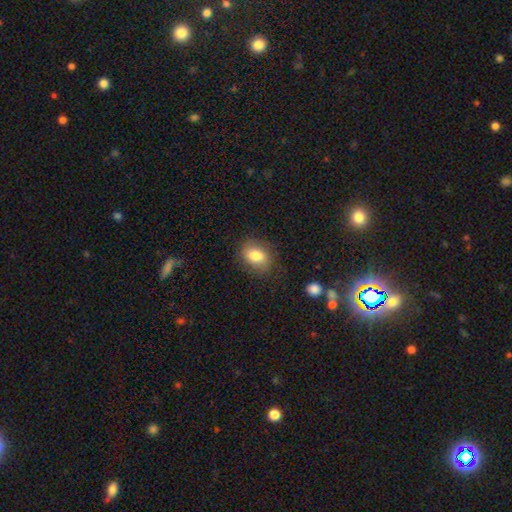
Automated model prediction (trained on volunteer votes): Smooth or featured? smooth (80%)
How rounded? in between (66%)
Merging? none (80%)